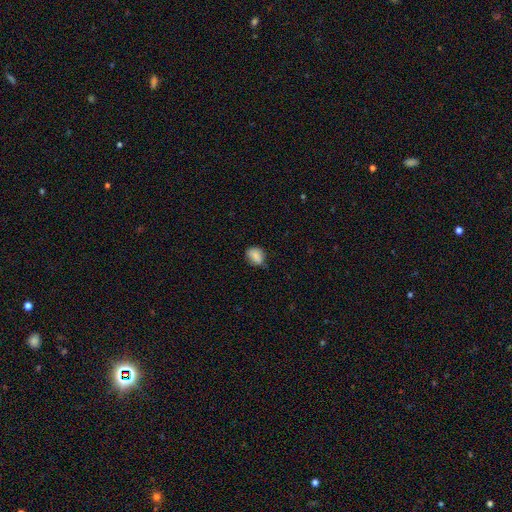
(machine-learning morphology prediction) Smooth or featured? smooth (83%)
How rounded? in between (59%)
Merging? none (68%)